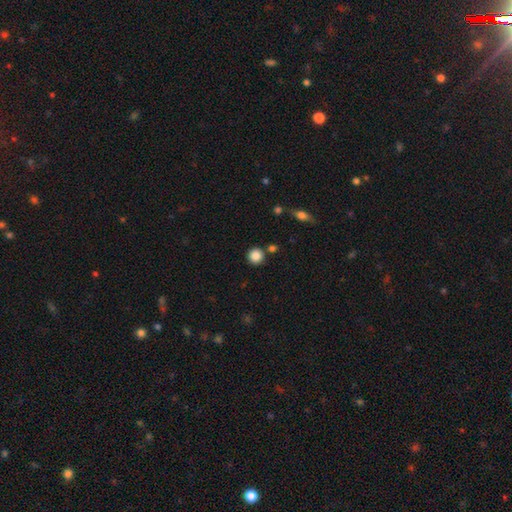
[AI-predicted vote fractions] smooth_or_featured: smooth (p=0.86) [alt: star or artifact p=0.10]
how_rounded: round (p=0.94) [alt: in between p=0.05]
merging: none (p=0.83) [alt: minor disturbance p=0.07]